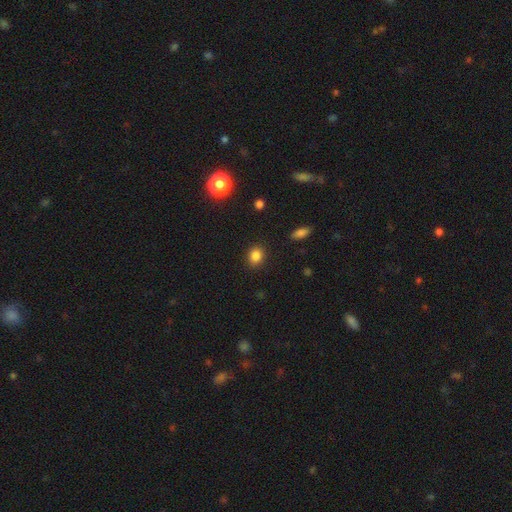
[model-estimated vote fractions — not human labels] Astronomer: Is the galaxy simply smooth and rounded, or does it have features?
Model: smooth — 84%.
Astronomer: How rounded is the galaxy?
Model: round — 65%.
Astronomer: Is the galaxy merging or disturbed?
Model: none — 89%.